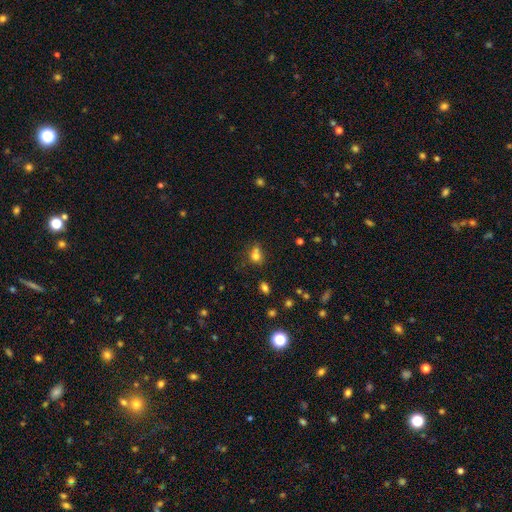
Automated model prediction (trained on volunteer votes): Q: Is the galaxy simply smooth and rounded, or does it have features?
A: smooth — 73%.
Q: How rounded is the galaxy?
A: round — 66%.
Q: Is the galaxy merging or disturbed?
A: none — 44%.